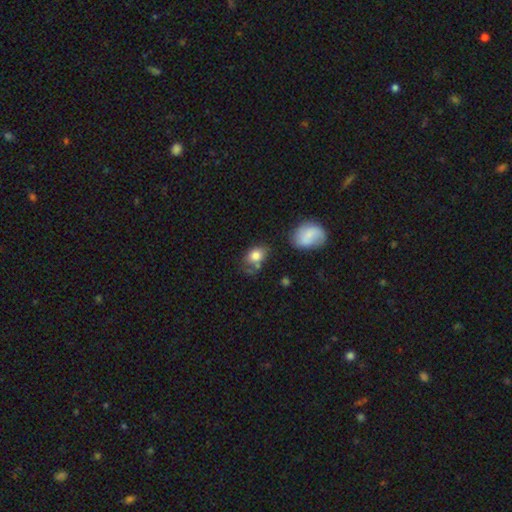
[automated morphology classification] Smooth or featured? Predicted: smooth (p=0.80). How rounded? Predicted: in between (p=0.72). Merging? Predicted: none (p=0.53).